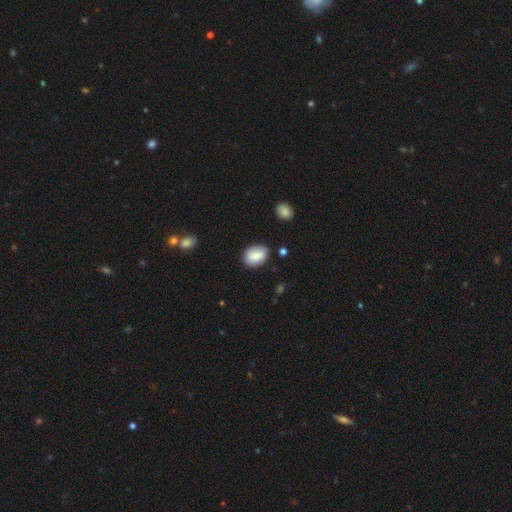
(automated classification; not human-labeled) smooth_or_featured: smooth (p=0.77) [alt: featured or disk p=0.16]
how_rounded: in between (p=0.77) [alt: round p=0.22]
merging: none (p=0.72) [alt: minor disturbance p=0.21]